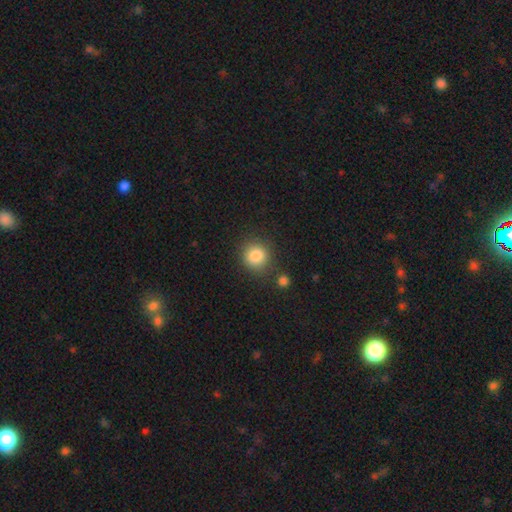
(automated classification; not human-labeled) Smooth or featured? smooth (85%)
How rounded? round (89%)
Merging? none (80%)